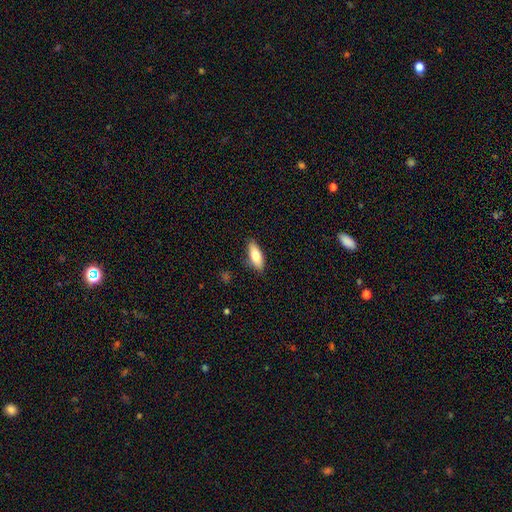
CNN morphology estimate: Smooth or featured: smooth — 75% (featured or disk — 18%)
How rounded: in between — 69% (cigar-shaped — 28%)
Merging: none — 86% (minor disturbance — 11%)